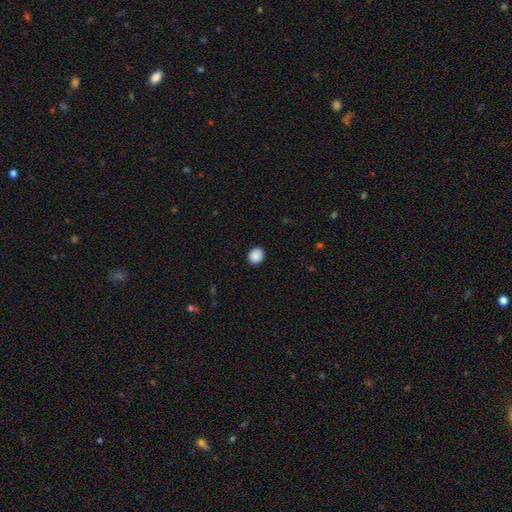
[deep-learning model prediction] Overall: smooth (89%). How rounded: round (70%). Merging: none (91%).